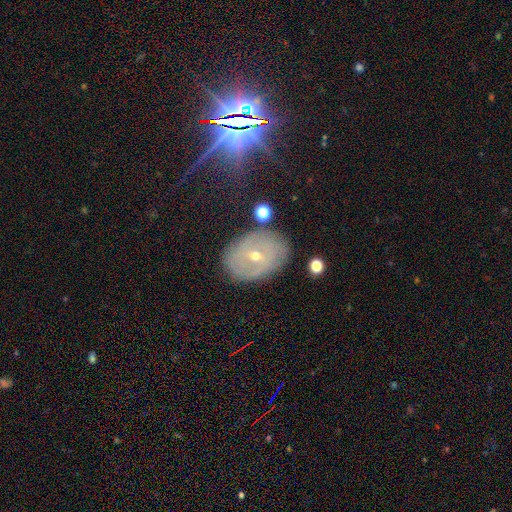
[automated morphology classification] This is likely a featured or disk galaxy (65%). It is clearly not viewed edge-on (93%). Bar: possibly no (52%). Spiral arm pattern: likely yes (60%). Central bulge: possibly small (58%). Merging: likely none (79%).